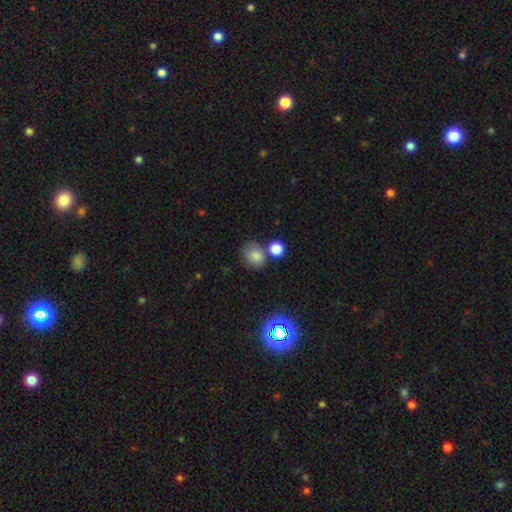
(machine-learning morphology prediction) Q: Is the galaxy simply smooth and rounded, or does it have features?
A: smooth — 79%.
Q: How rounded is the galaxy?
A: round — 64%.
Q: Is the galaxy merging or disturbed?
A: none — 61%.